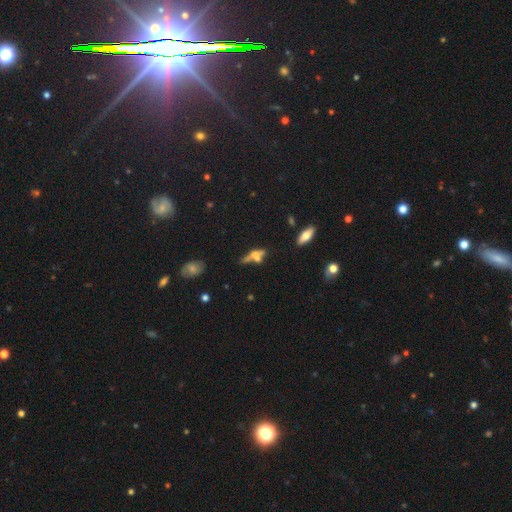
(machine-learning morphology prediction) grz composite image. It shows a smooth galaxy with no disk features (47%). Merging: merger (36%).